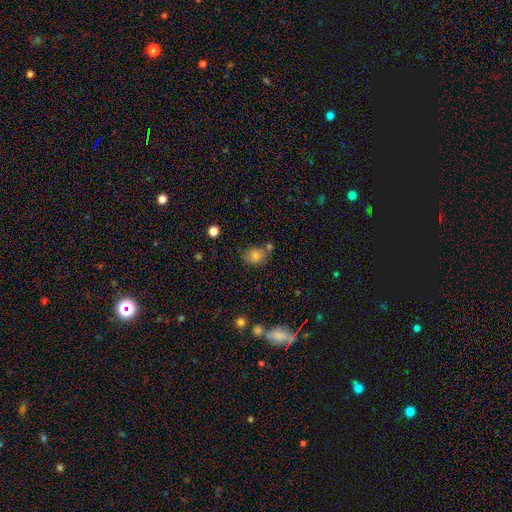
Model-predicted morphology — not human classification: smooth-or-featured: smooth: 79% | star or artifact: 13% | featured or disk: 9%
  how-rounded: round: 65% | in between: 34% | cigar-shaped: 1%
  merging: none: 65% | minor disturbance: 15% | merger: 15% | major disturbance: 4%